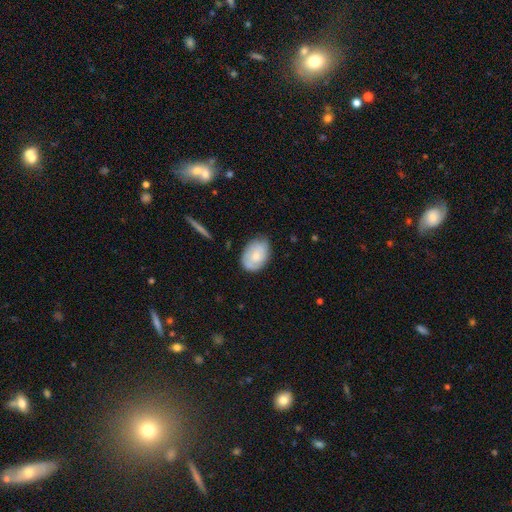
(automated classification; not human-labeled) Overall: smooth (66%; featured or disk 28%). How rounded: in between (81%). Merging: none (71%).